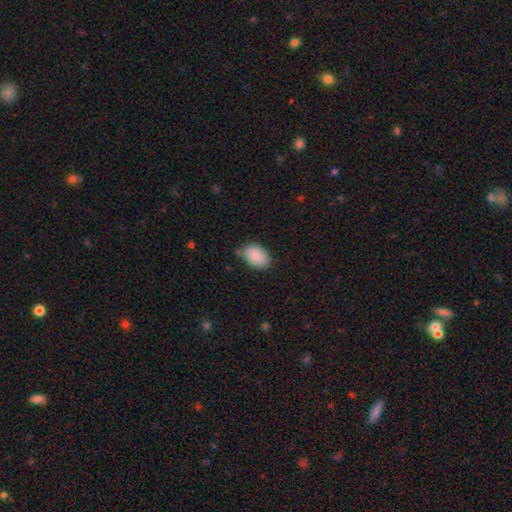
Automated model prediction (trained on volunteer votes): This is clearly a smooth galaxy (88%). How rounded: clearly in between (88%). Merging: likely none (63%).